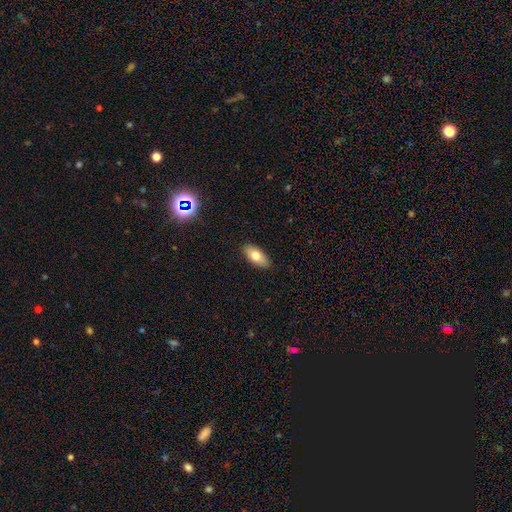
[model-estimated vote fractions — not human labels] Smooth or featured: smooth — 75% (featured or disk — 18%)
How rounded: in between — 88% (cigar-shaped — 8%)
Merging: none — 89% (minor disturbance — 8%)